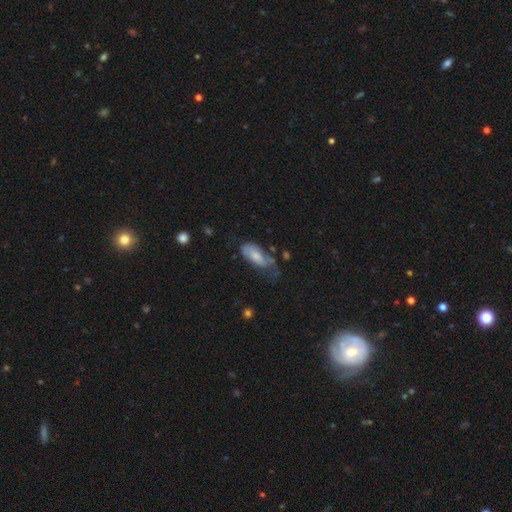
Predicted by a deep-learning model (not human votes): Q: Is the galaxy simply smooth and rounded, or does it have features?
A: smooth — 62%.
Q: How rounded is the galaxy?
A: in between — 87%.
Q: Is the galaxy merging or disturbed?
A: minor disturbance — 34%.